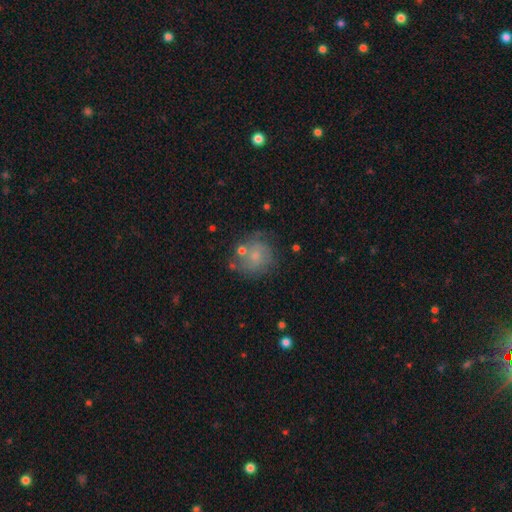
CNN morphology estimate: smooth 51%, featured or disk 36%, star or artifact 13%. Down the decision tree: how rounded — round (83%); merging — none (62%).